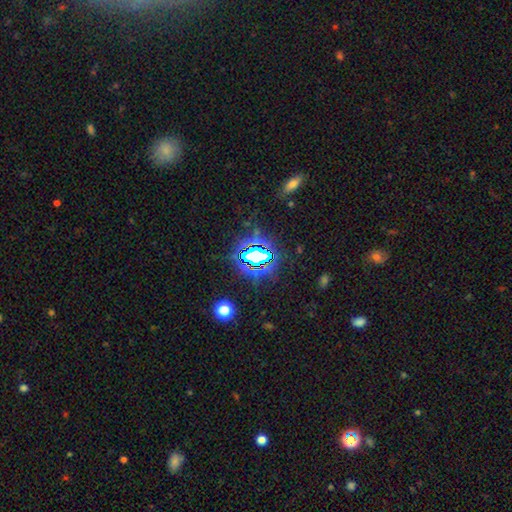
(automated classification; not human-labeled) smooth-or-featured: star or artifact: 74% | smooth: 15% | featured or disk: 11%